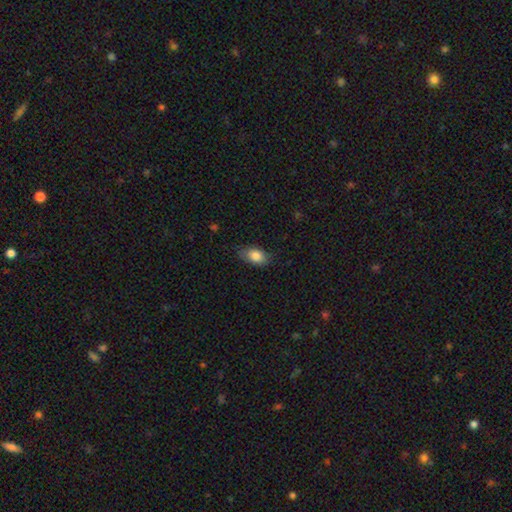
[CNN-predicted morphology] This is clearly a smooth galaxy (83%). How rounded: clearly in between (89%). Merging: likely none (75%).